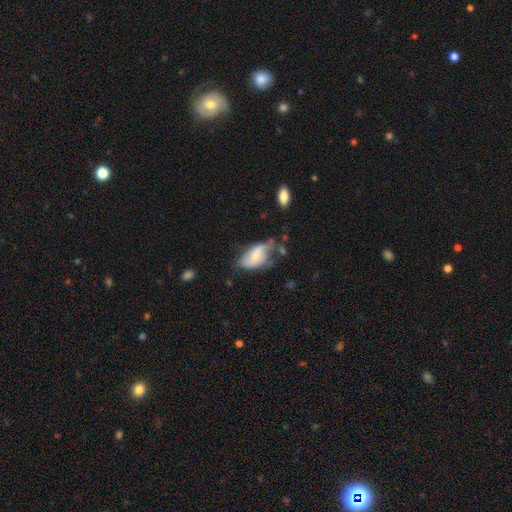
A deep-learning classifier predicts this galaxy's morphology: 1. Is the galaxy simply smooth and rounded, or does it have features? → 48% smooth, 45% featured or disk, 7% star or artifact.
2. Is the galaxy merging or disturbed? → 35% none (tied), 35% minor disturbance (tied), 23% major disturbance, 7% merger.